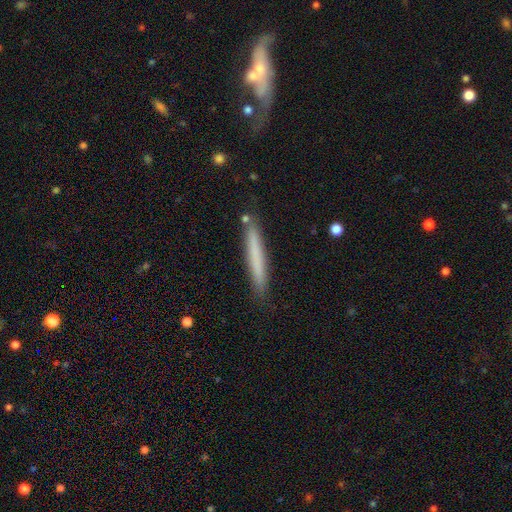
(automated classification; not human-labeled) smooth_or_featured: smooth (p=0.69) [alt: featured or disk p=0.25]
how_rounded: cigar-shaped (p=0.96) [alt: in between p=0.03]
merging: none (p=0.87) [alt: minor disturbance p=0.09]